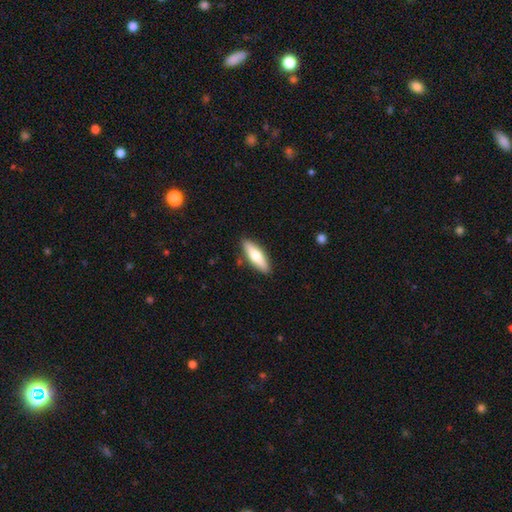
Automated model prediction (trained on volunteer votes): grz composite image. It shows a smooth galaxy with no disk features (64%) that is cigar-shaped (53%). Merging: none (87%).